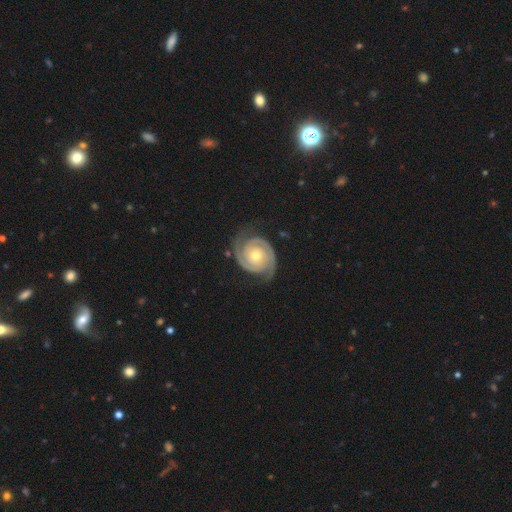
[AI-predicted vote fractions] Smooth or featured? featured or disk (93%)
Edge-on disk? no (98%)
Bar? no (79%)
Spiral arms? yes (98%)
Spiral winding? tight (73%)
Spiral arm count? 2 (91%)
Bulge size? moderate (60%)
Merging? none (80%)